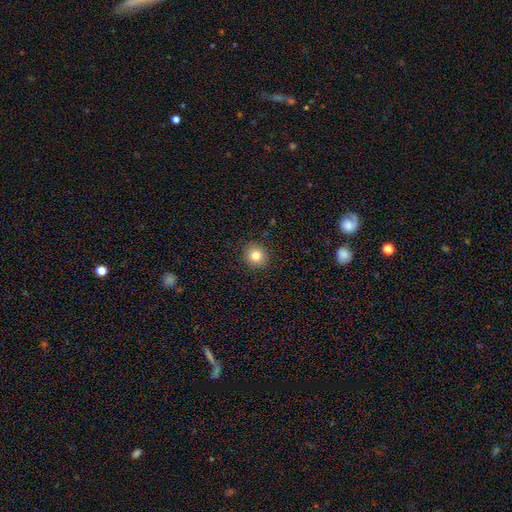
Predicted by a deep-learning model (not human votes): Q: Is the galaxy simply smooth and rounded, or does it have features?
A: smooth — 81%.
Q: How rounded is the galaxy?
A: round — 87%.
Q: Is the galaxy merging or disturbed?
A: none — 91%.